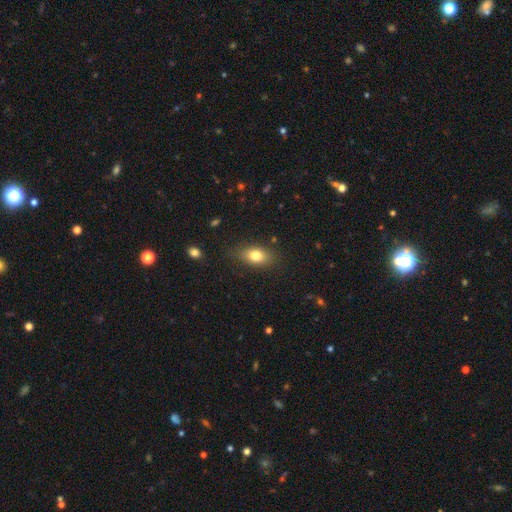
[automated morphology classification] Smooth or featured: smooth — 79% (featured or disk — 12%)
How rounded: in between — 83% (round — 12%)
Merging: none — 82% (minor disturbance — 13%)